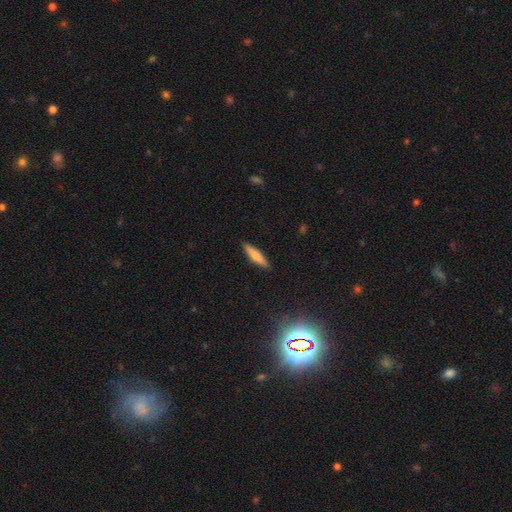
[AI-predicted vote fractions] Overall: smooth (70%). How rounded: cigar-shaped (80%). Merging: none (89%).